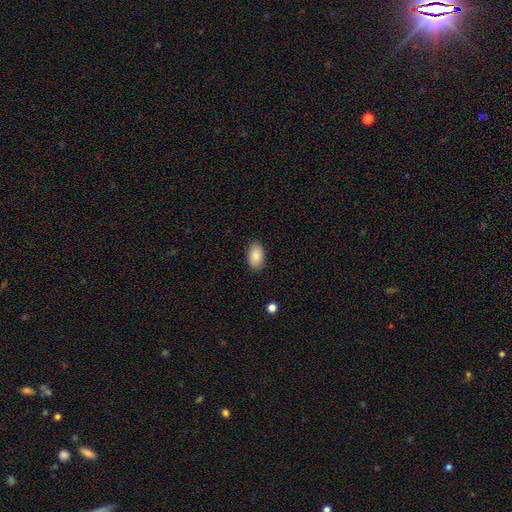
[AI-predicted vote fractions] This appears to be a smooth galaxy with no disk features (88%) that is in between round and cigar-shaped (93%). Merging: none (88%).